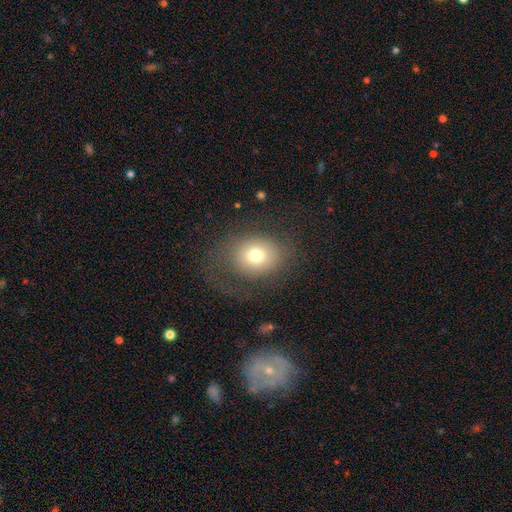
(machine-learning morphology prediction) The model was most divided on "how rounded": round: 54%, in between: 45%, cigar-shaped: 1%. More confident: smooth or featured — smooth (71%); merging — none (59%).